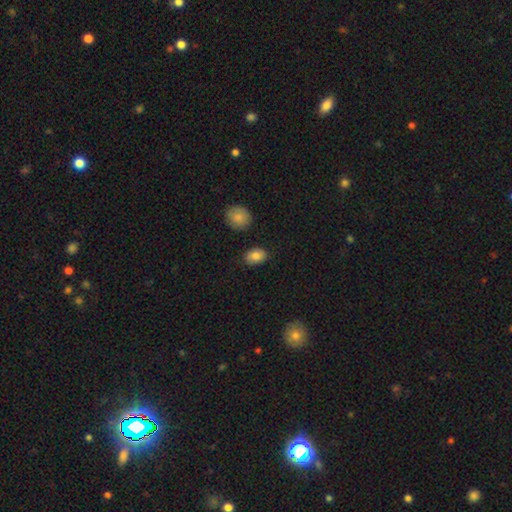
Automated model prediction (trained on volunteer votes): Smooth or featured?
  - smooth: 84% *
  - featured or disk: 8%
  - star or artifact: 8%
How rounded?
  - in between: 83% *
  - round: 16%
  - cigar-shaped: 1%
Merging?
  - none: 86% *
  - minor disturbance: 10%
  - merger: 2%
  - major disturbance: 2%